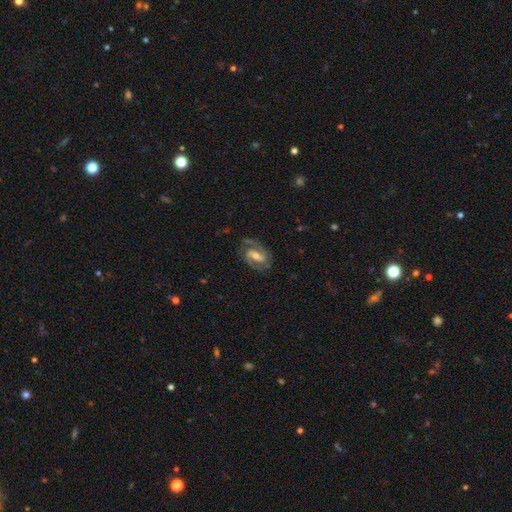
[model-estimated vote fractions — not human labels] Smooth or featured: featured or disk — 88% (smooth — 7%)
Edge-on disk: no — 97% (yes — 3%)
Bar: strong — 43% (weak — 41%)
Spiral arms: yes — 97% (no — 3%)
Spiral winding: medium — 54% (tight — 33%)
Spiral arm count: 2 — 91% (can't tell — 3%)
Bulge size: moderate — 57% (small — 35%)
Merging: none — 78% (minor disturbance — 14%)